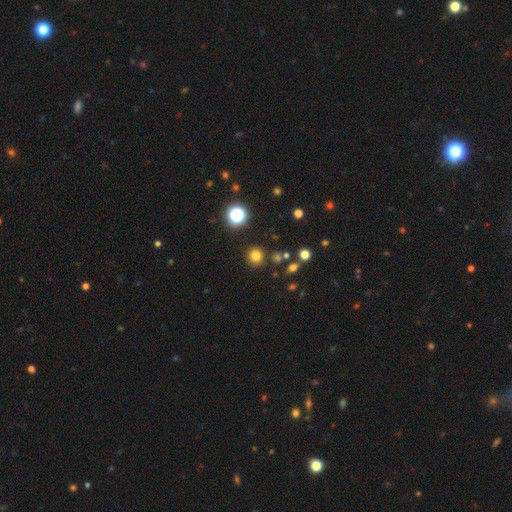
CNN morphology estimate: A smooth galaxy with no disk features (78%) that is round (92%). Merging: none (88%).